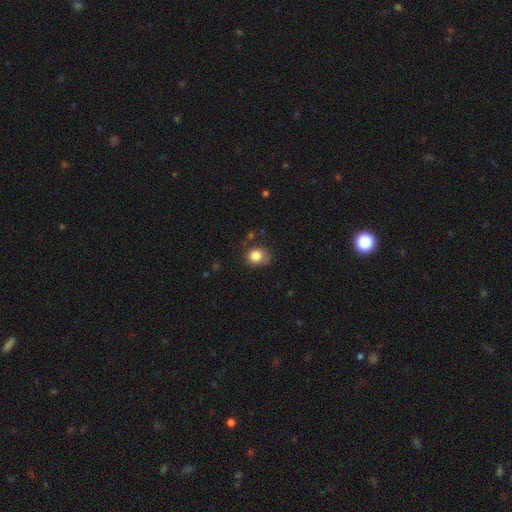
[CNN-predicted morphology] type=smooth (82%); roundness=round (71%); merging=none (64%).